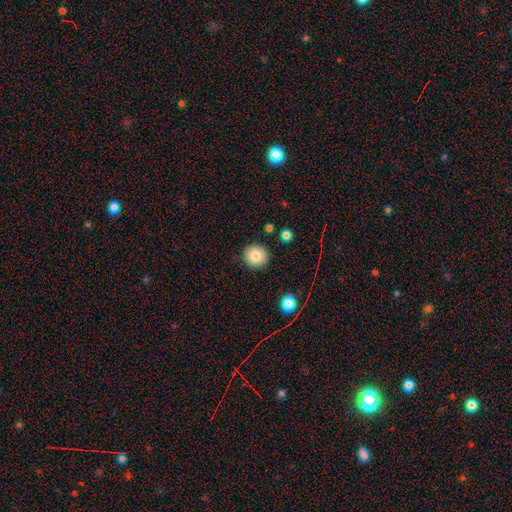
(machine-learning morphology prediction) The model was most divided on "smooth or featured": smooth: 83%, star or artifact: 10%, featured or disk: 7%. More confident: how rounded — round (93%); merging — none (91%).